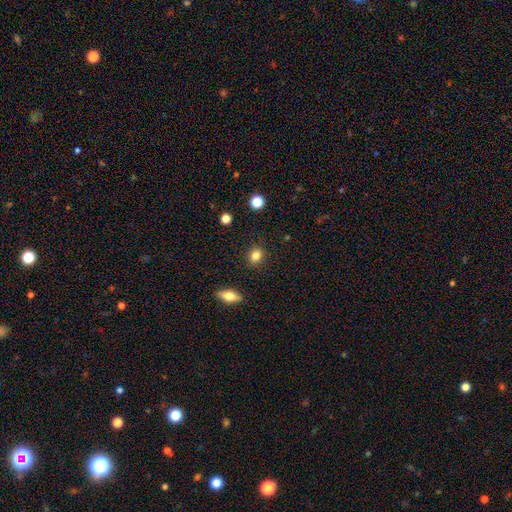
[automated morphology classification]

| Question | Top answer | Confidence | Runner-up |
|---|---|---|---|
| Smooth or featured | smooth | 84% | star or artifact (10%) |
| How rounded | round | 53% | in between (44%) |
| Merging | none | 88% | minor disturbance (8%) |